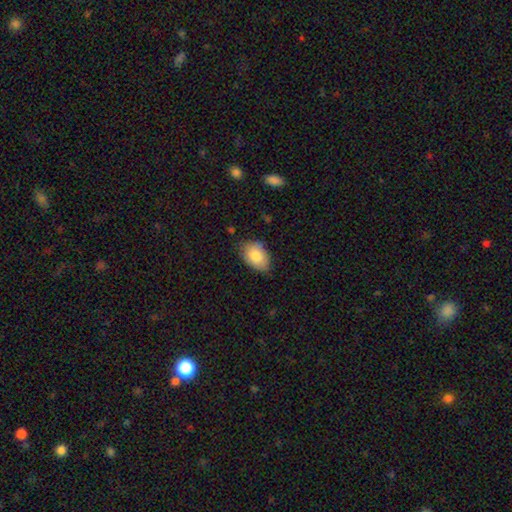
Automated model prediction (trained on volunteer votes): A smooth galaxy with no disk features (83%) that is in between round and cigar-shaped (87%).

Vote fractions:
- Smooth or featured? smooth: 83% / featured or disk: 11% / star or artifact: 7%
- How rounded? in between: 87% / round: 12% / cigar-shaped: 1%
- Merging? none: 71% / minor disturbance: 24% / major disturbance: 4% / merger: 1%